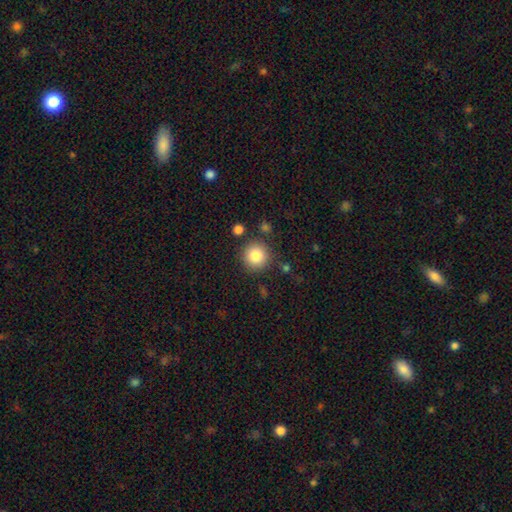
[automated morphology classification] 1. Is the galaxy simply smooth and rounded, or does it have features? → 85% smooth, 9% star or artifact, 6% featured or disk.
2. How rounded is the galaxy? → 94% round, 5% in between, 1% cigar-shaped.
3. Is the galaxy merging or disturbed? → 86% none, 8% minor disturbance, 4% merger, 3% major disturbance.